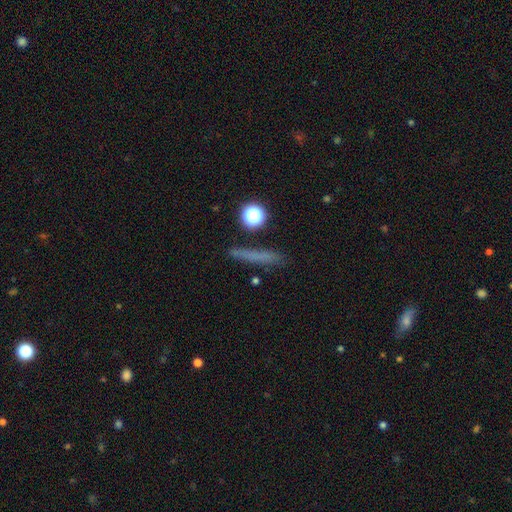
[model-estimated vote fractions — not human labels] Q: Smooth or featured?
A: smooth (61%); runner-up: featured or disk (22%)
Q: How rounded?
A: cigar-shaped (83%); runner-up: round (9%)
Q: Merging?
A: none (83%); runner-up: minor disturbance (10%)